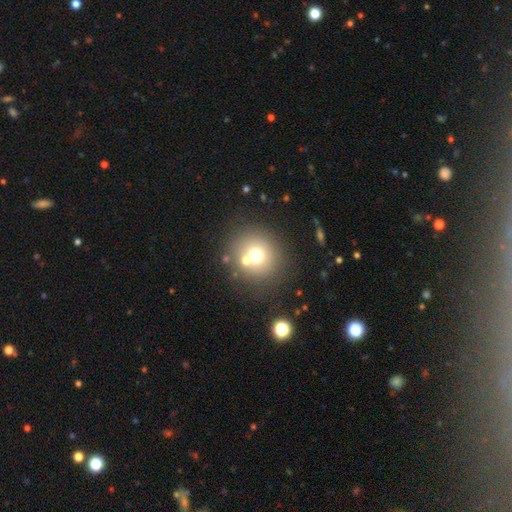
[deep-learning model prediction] Smooth or featured? smooth (66%)
How rounded? round (91%)
Merging? none (68%)